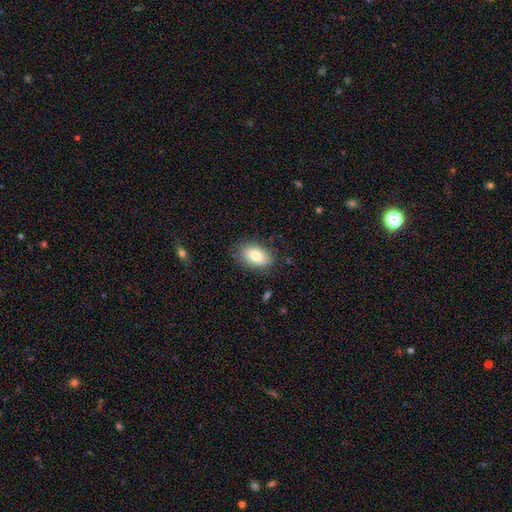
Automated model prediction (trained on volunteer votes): Smooth or featured: smooth — 79% (featured or disk — 13%)
How rounded: in between — 90% (round — 8%)
Merging: none — 81% (minor disturbance — 14%)